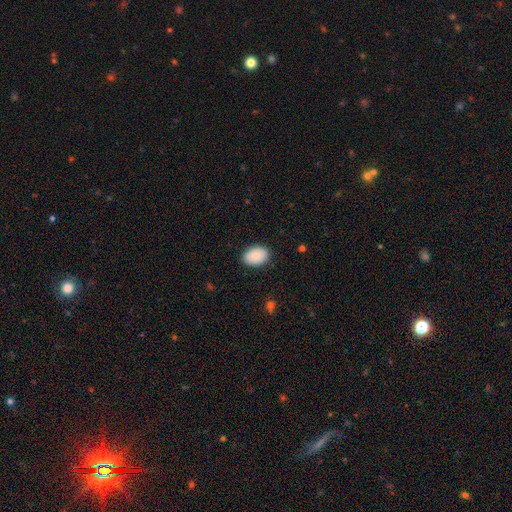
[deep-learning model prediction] A smooth galaxy with no disk features (89%) that is in between round and cigar-shaped (85%).

Vote fractions:
- Smooth or featured? smooth: 89% / star or artifact: 6% / featured or disk: 5%
- How rounded? in between: 85% / round: 14% / cigar-shaped: 1%
- Merging? none: 88% / minor disturbance: 9% / major disturbance: 2% / merger: 1%